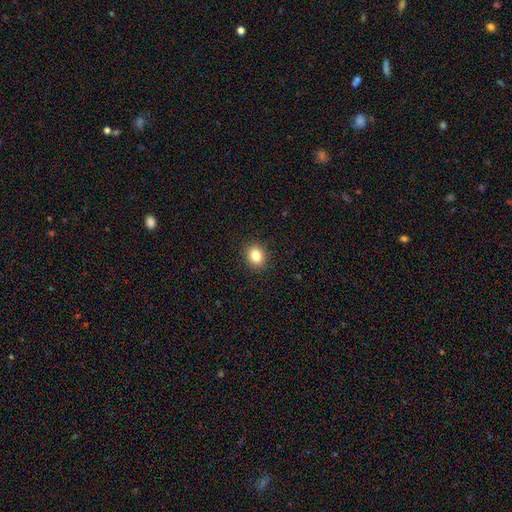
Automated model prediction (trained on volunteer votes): smooth_or_featured: smooth (p=0.83) [alt: star or artifact p=0.11]
how_rounded: round (p=0.64) [alt: in between p=0.35]
merging: none (p=0.91) [alt: minor disturbance p=0.07]